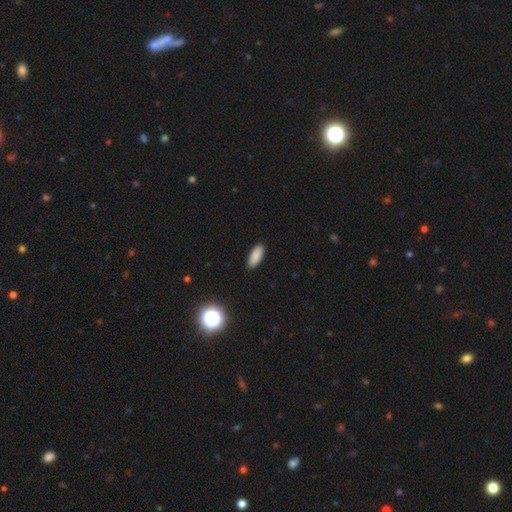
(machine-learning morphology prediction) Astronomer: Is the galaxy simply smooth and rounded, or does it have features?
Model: smooth — 88%.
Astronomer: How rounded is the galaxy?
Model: in between — 82%.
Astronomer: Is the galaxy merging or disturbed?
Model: none — 90%.